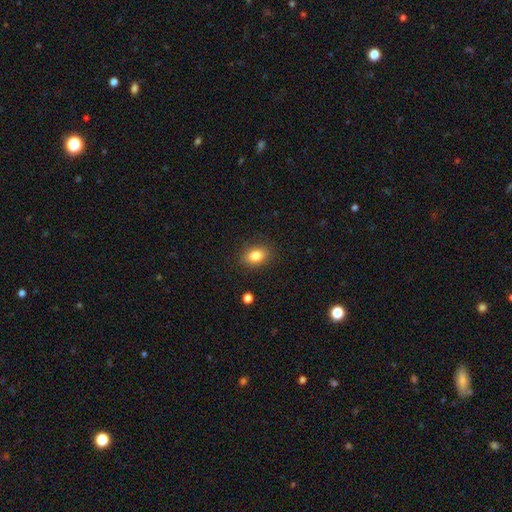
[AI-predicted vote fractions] smooth-or-featured: smooth: 83% | star or artifact: 10% | featured or disk: 8%
  how-rounded: in between: 75% | round: 23% | cigar-shaped: 2%
  merging: none: 87% | minor disturbance: 9% | major disturbance: 2% | merger: 1%